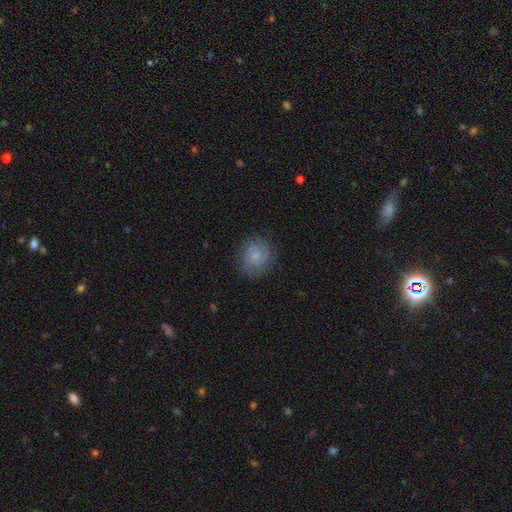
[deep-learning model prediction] smooth-or-featured: smooth: 64% | featured or disk: 27% | star or artifact: 8%
  how-rounded: round: 76% | in between: 23% | cigar-shaped: 1%
  merging: none: 76% | minor disturbance: 17% | major disturbance: 6% | merger: 1%